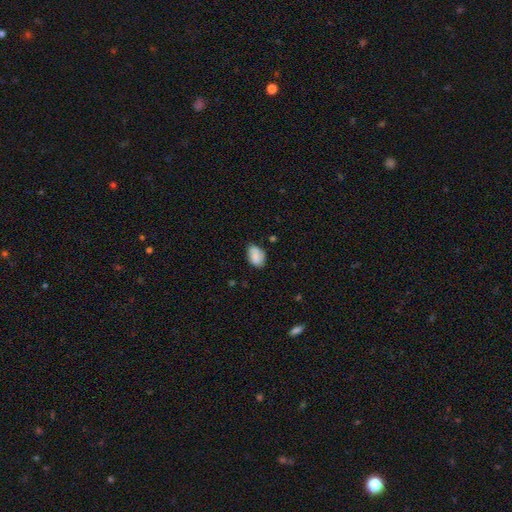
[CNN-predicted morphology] Smooth or featured: smooth — 77% (featured or disk — 15%)
How rounded: in between — 83% (round — 16%)
Merging: none — 66% (minor disturbance — 26%)